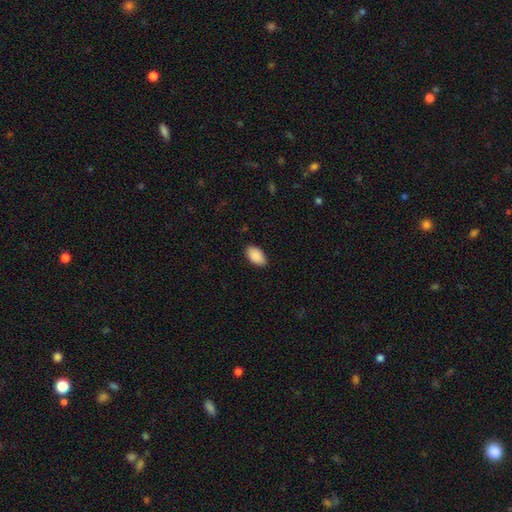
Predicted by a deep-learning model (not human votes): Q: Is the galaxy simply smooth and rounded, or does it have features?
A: smooth — 90%.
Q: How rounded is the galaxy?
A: in between — 95%.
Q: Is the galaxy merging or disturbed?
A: none — 86%.